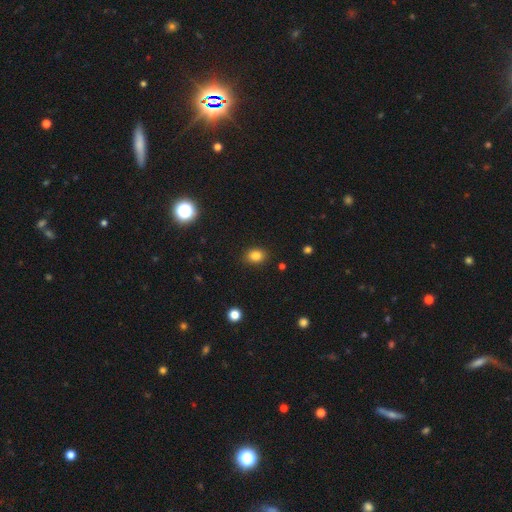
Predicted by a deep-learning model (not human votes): smooth_or_featured: smooth (p=0.83) [alt: star or artifact p=0.12]
how_rounded: in between (p=0.51) [alt: round p=0.48]
merging: none (p=0.88) [alt: minor disturbance p=0.09]